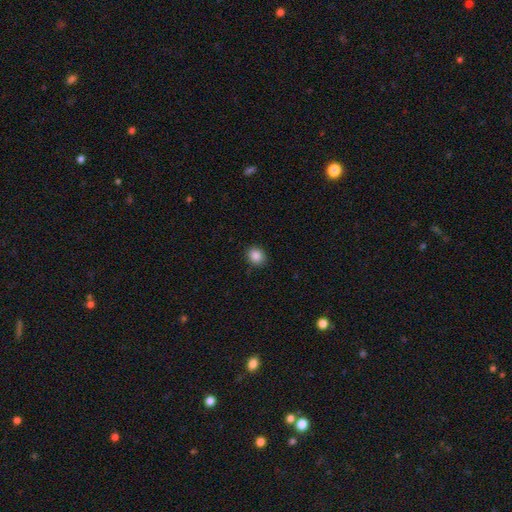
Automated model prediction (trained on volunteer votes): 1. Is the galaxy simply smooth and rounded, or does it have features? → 86% smooth, 10% star or artifact, 4% featured or disk.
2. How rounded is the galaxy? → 70% round, 29% in between, 1% cigar-shaped.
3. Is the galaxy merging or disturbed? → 89% none, 8% minor disturbance, 2% major disturbance, 1% merger.